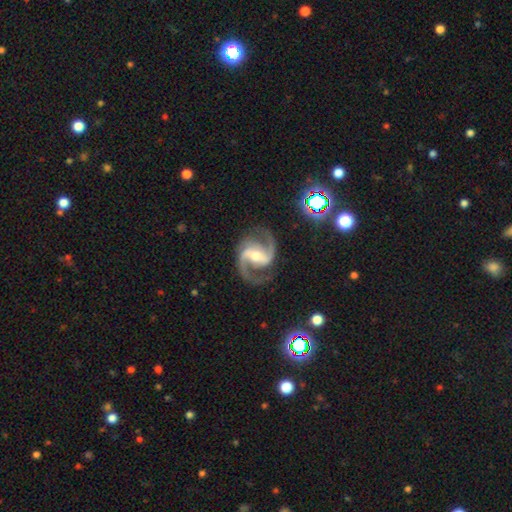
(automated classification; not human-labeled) Smooth or featured? Predicted: featured or disk (p=0.93). Edge-on disk? Predicted: no (p=0.98). Bar? Predicted: strong (p=0.48). Spiral arms? Predicted: yes (p=0.98). Spiral winding? Predicted: medium (p=0.63). Spiral arm count? Predicted: 2 (p=0.93). Bulge size? Predicted: moderate (p=0.55). Merging? Predicted: none (p=0.82).